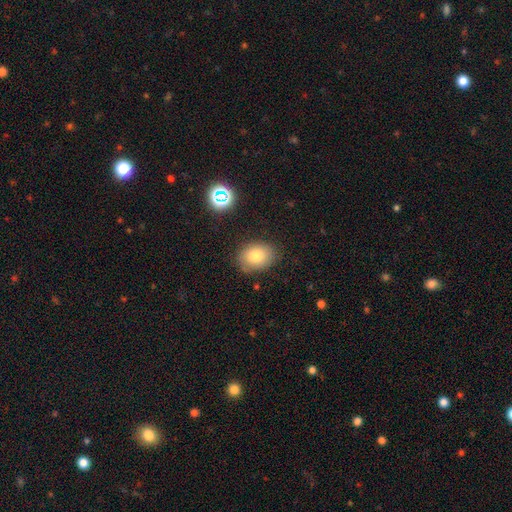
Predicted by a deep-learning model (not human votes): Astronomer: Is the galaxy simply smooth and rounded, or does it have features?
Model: smooth — 79%.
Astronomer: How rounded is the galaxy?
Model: in between — 69%.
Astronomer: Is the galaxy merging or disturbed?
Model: none — 80%.